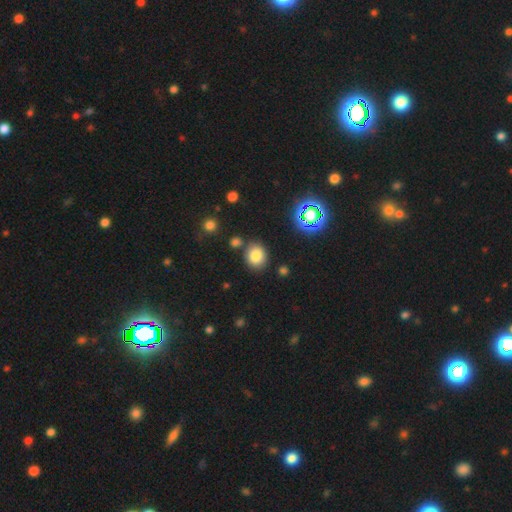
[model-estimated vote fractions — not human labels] Q: Smooth or featured?
A: smooth (81%); runner-up: star or artifact (13%)
Q: How rounded?
A: round (68%); runner-up: in between (31%)
Q: Merging?
A: none (79%); runner-up: minor disturbance (11%)